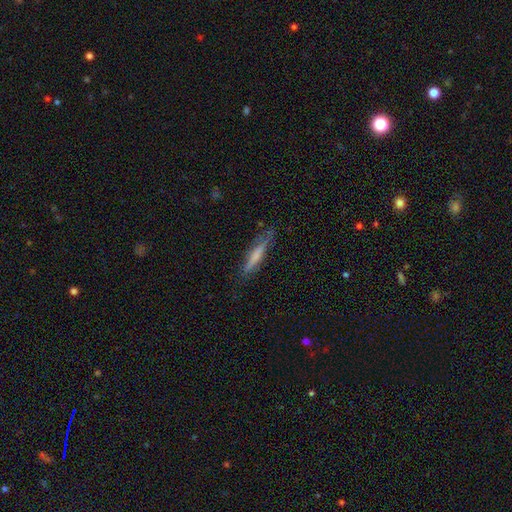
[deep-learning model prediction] Smooth or featured? smooth (52%)
How rounded? cigar-shaped (92%)
Merging? none (74%)